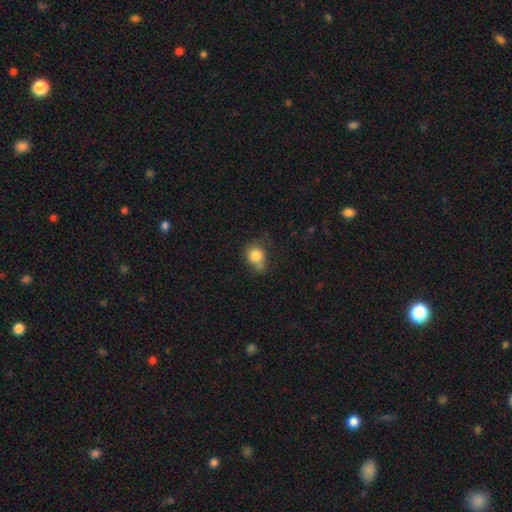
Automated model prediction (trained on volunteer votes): smooth 81%, star or artifact 10%, featured or disk 9%. Down the decision tree: how rounded — round (71%); merging — none (46%).